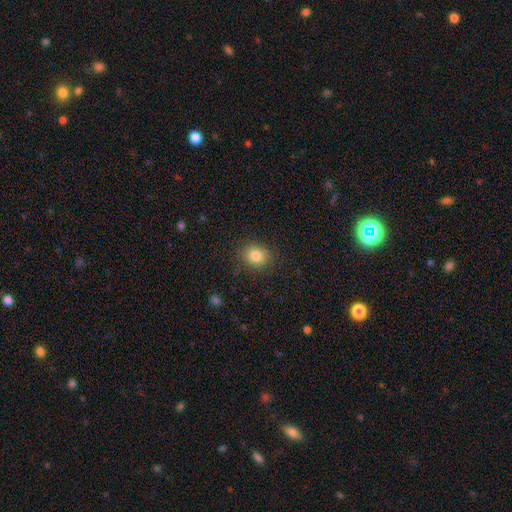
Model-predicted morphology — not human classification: smooth 82%, star or artifact 11%, featured or disk 7%. Down the decision tree: how rounded — round (71%); merging — none (87%).